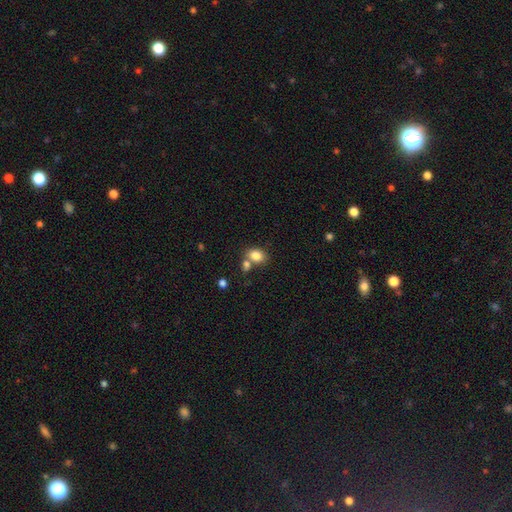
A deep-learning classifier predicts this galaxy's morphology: The model was most divided on "merging": none: 53%, merger: 31%, minor disturbance: 12%, major disturbance: 4%. More confident: smooth or featured — smooth (82%); how rounded — in between (64%).